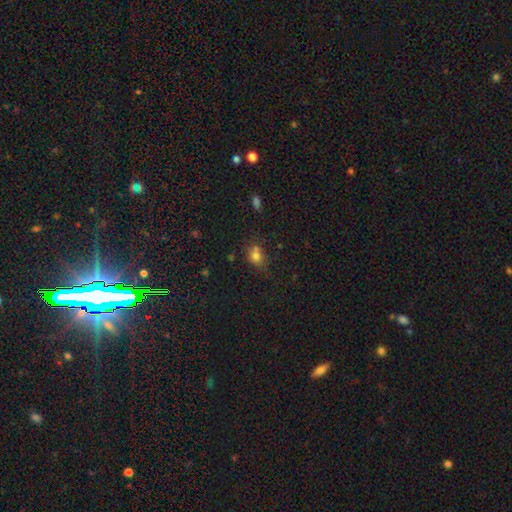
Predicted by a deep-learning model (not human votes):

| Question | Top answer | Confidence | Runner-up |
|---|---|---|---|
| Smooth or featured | smooth | 74% | star or artifact (16%) |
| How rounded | round | 56% | in between (43%) |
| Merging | none | 49% | minor disturbance (23%) |